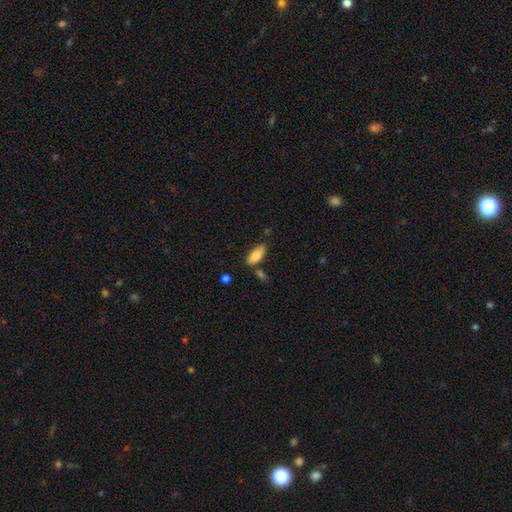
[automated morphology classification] A smooth galaxy with no disk features (84%) that is in between round and cigar-shaped (87%). Merging: none (73%).